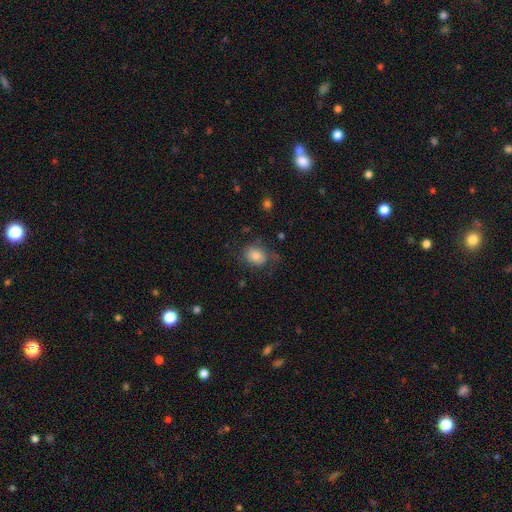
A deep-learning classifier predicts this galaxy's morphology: The model was most divided on "how rounded": in between: 55%, round: 43%, cigar-shaped: 1%. More confident: smooth or featured — smooth (69%); merging — none (59%).